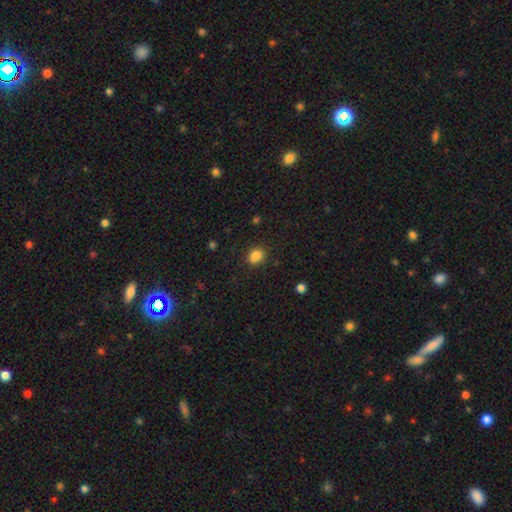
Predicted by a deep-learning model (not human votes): This appears to be a smooth galaxy with no disk features (85%) that is in between round and cigar-shaped (56%). Merging: none (83%).